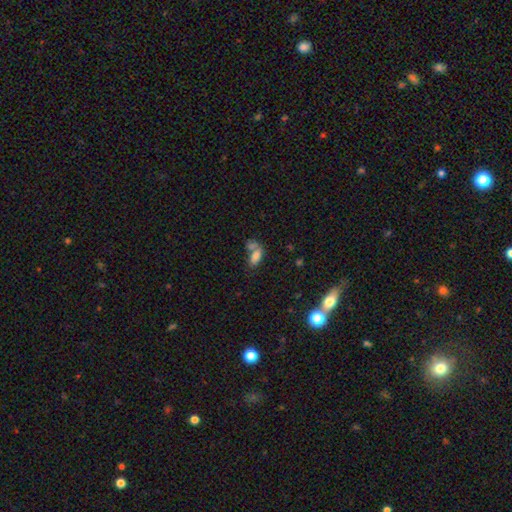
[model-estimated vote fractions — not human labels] This is likely a smooth galaxy (77%). How rounded: clearly in between (88%). Merging: possibly merger (51%).